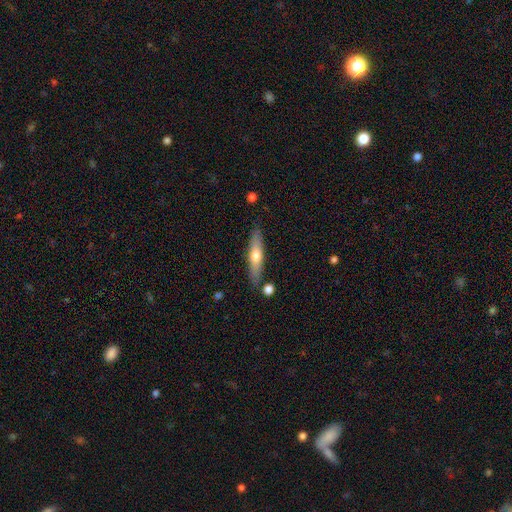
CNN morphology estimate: A smooth galaxy with no disk features (51%) that is cigar-shaped (78%).

Vote fractions:
- Smooth or featured? smooth: 51% / featured or disk: 44% / star or artifact: 6%
- How rounded? cigar-shaped: 78% / in between: 20% / round: 2%
- Merging? none: 83% / minor disturbance: 11% / merger: 4% / major disturbance: 2%